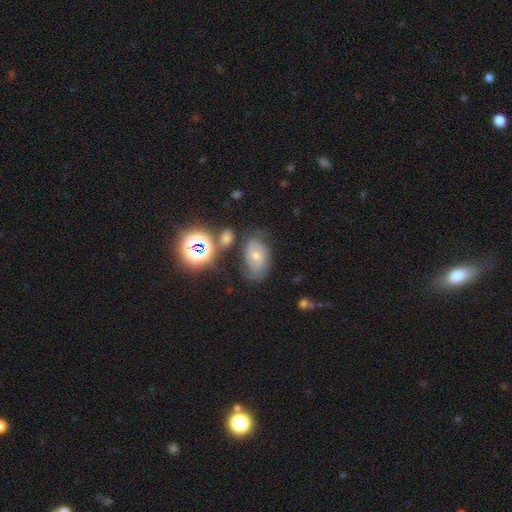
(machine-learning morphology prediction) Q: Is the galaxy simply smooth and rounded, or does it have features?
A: featured or disk — 41%.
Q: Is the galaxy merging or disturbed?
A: none — 65%.